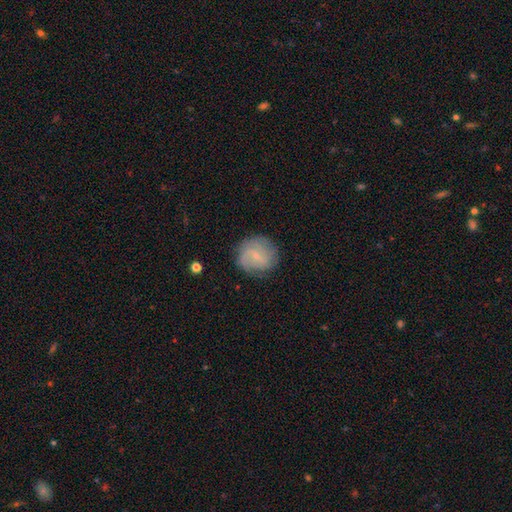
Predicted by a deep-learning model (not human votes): The model was most divided on "smooth or featured": featured or disk: 47%, smooth: 45%, star or artifact: 8%. More confident: merging — none (77%).